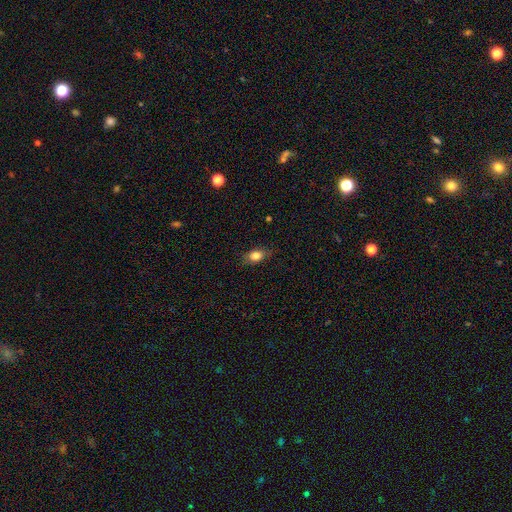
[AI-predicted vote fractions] A smooth galaxy with no disk features (81%) that is in between round and cigar-shaped (81%).

Vote fractions:
- Smooth or featured? smooth: 81% / featured or disk: 10% / star or artifact: 9%
- How rounded? in between: 81% / round: 14% / cigar-shaped: 6%
- Merging? none: 81% / minor disturbance: 15% / major disturbance: 3% / merger: 1%